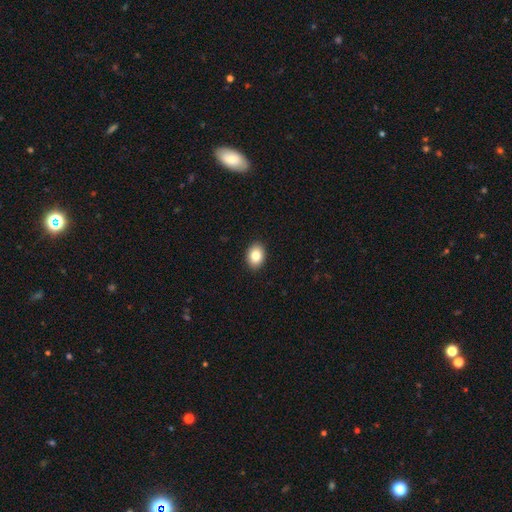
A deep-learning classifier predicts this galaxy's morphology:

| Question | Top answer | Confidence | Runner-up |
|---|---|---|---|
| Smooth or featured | smooth | 84% | star or artifact (8%) |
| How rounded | in between | 77% | round (22%) |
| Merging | none | 91% | minor disturbance (6%) |